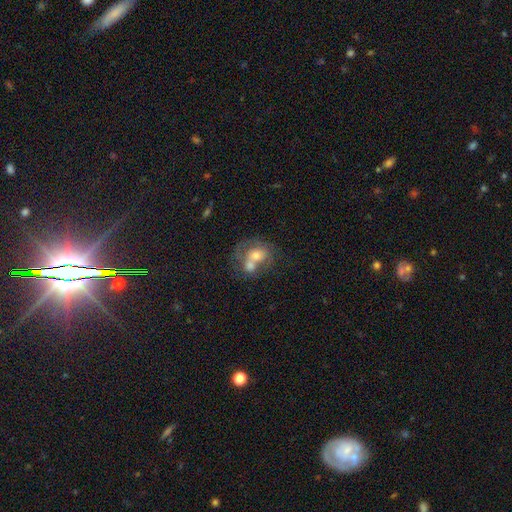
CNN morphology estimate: Smooth or featured? smooth (49%)
Merging? merger (66%)